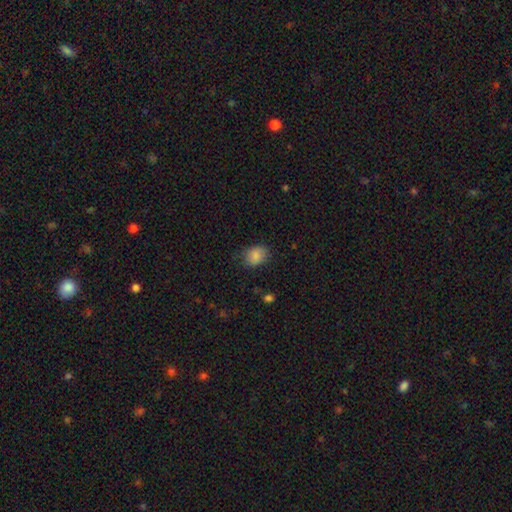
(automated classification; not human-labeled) smooth 86%, star or artifact 9%, featured or disk 5%. Down the decision tree: how rounded — in between (64%); merging — none (75%).